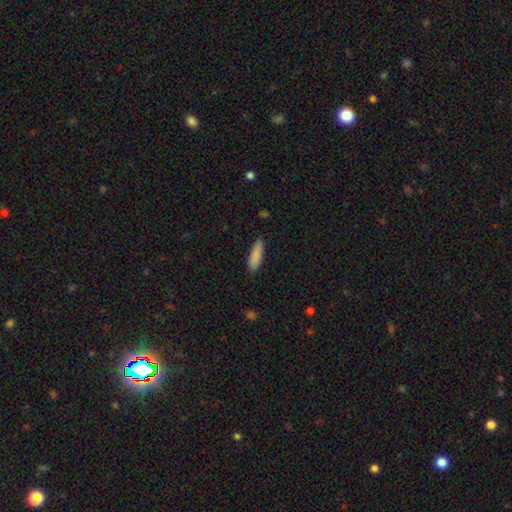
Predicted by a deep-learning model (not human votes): Overall: smooth (88%). How rounded: cigar-shaped (55%; in between 43%). Merging: none (84%).